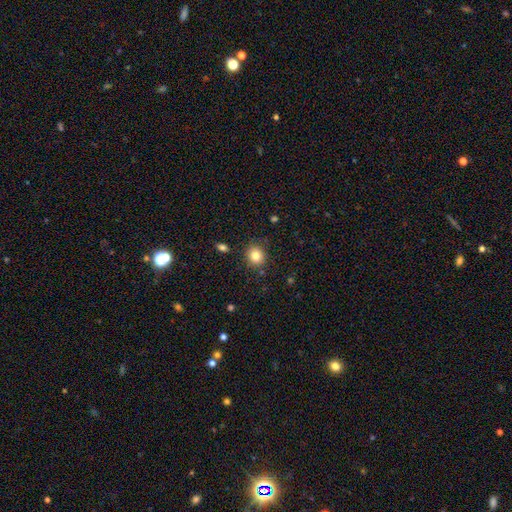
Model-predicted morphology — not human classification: smooth 81%, star or artifact 11%, featured or disk 8%. Down the decision tree: how rounded — round (83%); merging — none (87%).